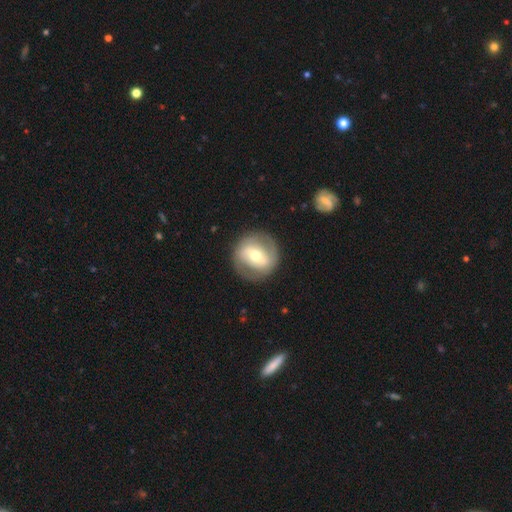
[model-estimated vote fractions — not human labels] A featured or disk galaxy (63%) with a strong bar (44%), spiral arms (57%) and a moderate central bulge (63%).

Vote fractions:
- Smooth or featured? featured or disk: 63% / smooth: 32% / star or artifact: 6%
- Edge-on disk? no: 95% / yes: 5%
- Bar? strong: 44% / weak: 36% / no: 20%
- Spiral arms? yes: 57% / no: 43%
- Bulge size? moderate: 63% / small: 27% / large: 8% / dominant: 1% / none: 1%
- Merging? none: 83% / minor disturbance: 10% / major disturbance: 5% / merger: 1%